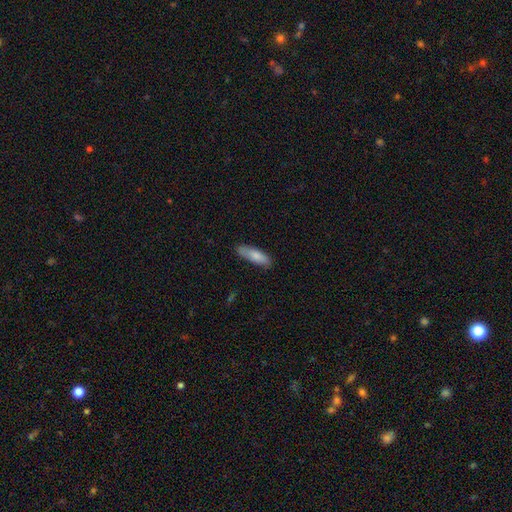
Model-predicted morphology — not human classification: smooth_or_featured: smooth (p=0.80) [alt: featured or disk p=0.14]
how_rounded: cigar-shaped (p=0.50) [alt: in between p=0.48]
merging: none (p=0.81) [alt: minor disturbance p=0.15]